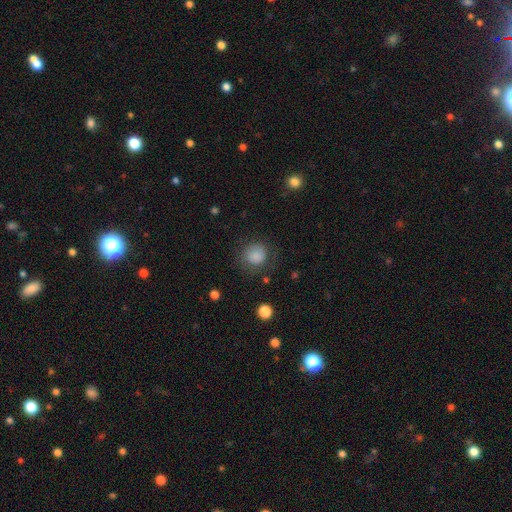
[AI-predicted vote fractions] Smooth or featured? Predicted: smooth (p=0.85). How rounded? Predicted: round (p=0.86). Merging? Predicted: none (p=0.74).